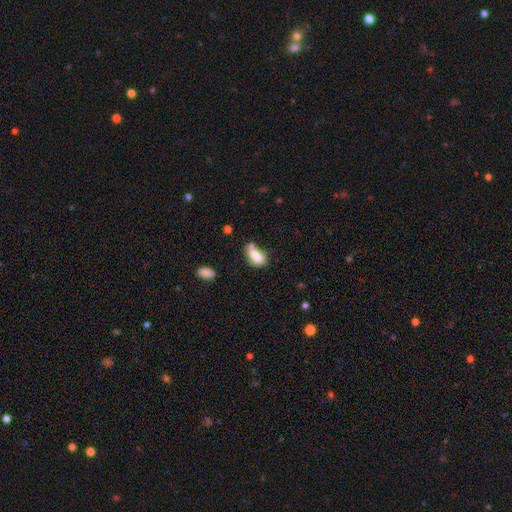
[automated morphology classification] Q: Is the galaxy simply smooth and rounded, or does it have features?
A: smooth — 74%.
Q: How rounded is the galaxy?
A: in between — 79%.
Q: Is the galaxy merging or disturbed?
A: none — 49%.